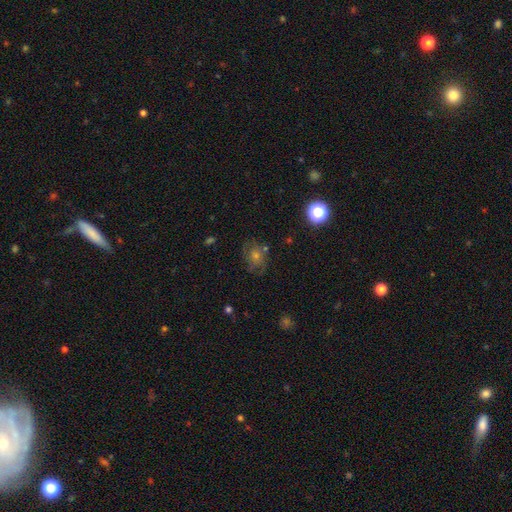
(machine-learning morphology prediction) This appears to be a featured or disk galaxy (38%). Merging: none (72%).